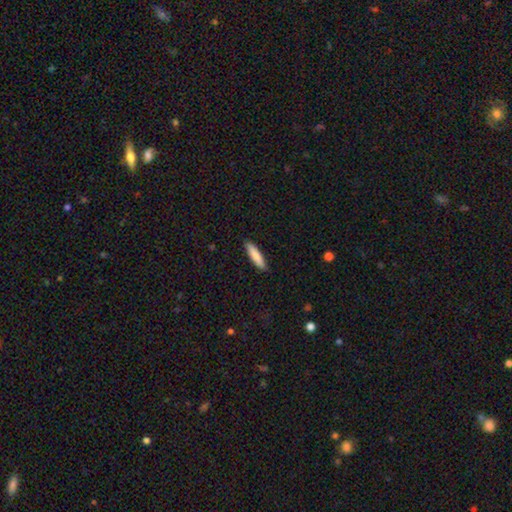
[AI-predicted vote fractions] smooth-or-featured: smooth: 84% | featured or disk: 11% | star or artifact: 5%
  how-rounded: cigar-shaped: 76% | in between: 23% | round: 1%
  merging: none: 89% | minor disturbance: 8% | major disturbance: 2% | merger: 1%